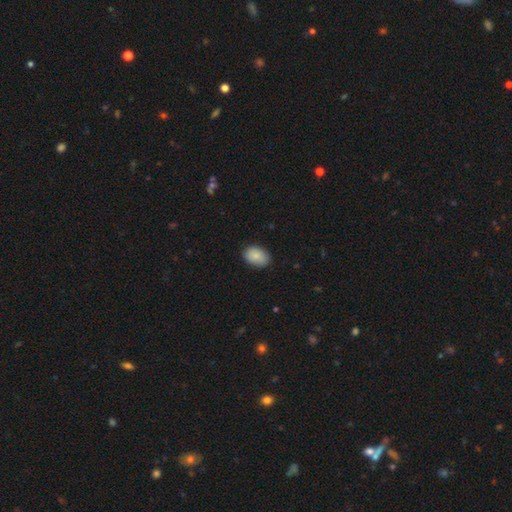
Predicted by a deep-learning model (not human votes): Overall: smooth (88%). How rounded: in between (85%). Merging: none (86%).